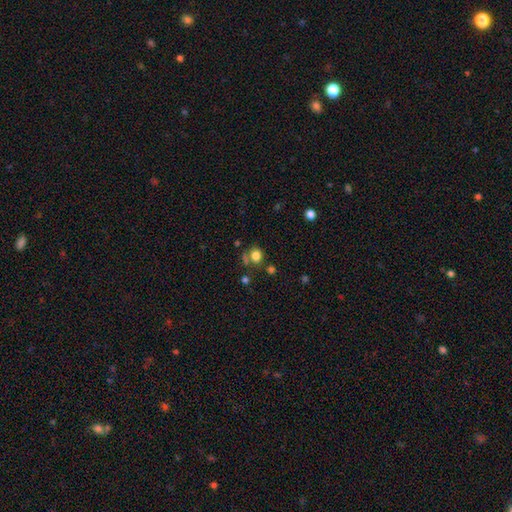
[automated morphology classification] This is likely a smooth galaxy (78%). How rounded: likely round (78%). Merging: likely none (65%).